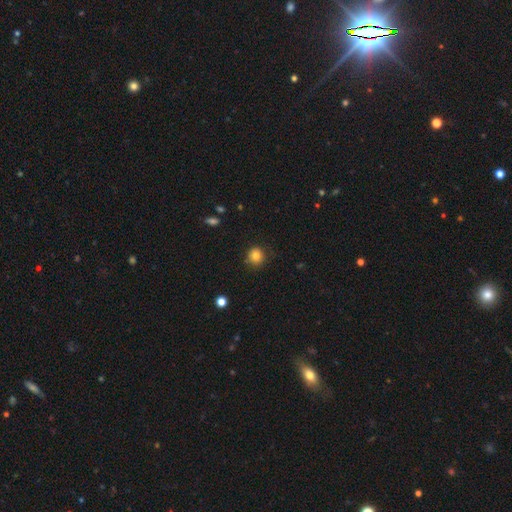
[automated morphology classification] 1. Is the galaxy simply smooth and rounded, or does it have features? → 82% smooth, 11% star or artifact, 6% featured or disk.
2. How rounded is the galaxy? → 88% round, 11% in between, 1% cigar-shaped.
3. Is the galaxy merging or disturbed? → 83% none, 12% minor disturbance, 3% major disturbance, 1% merger.